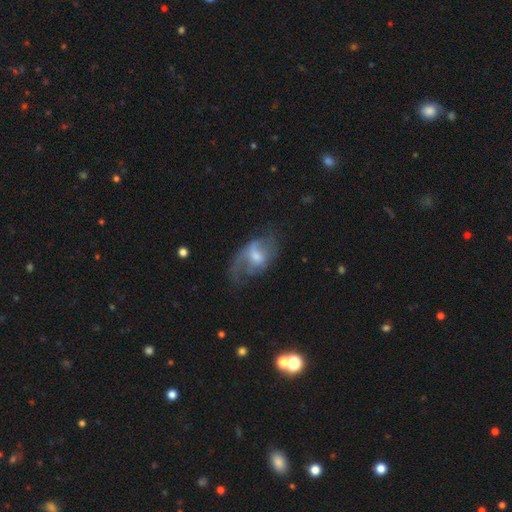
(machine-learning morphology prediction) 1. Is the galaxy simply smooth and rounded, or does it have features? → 61% featured or disk, 30% smooth, 9% star or artifact.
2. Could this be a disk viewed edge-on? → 94% no, 6% yes.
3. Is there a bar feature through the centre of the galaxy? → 47% no, 43% weak, 10% strong.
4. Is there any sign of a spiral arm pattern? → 72% yes, 28% no.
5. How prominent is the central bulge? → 51% moderate, 35% small, 7% large, 6% none, 1% dominant.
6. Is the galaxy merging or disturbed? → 42% none, 29% major disturbance, 27% minor disturbance, 2% merger.